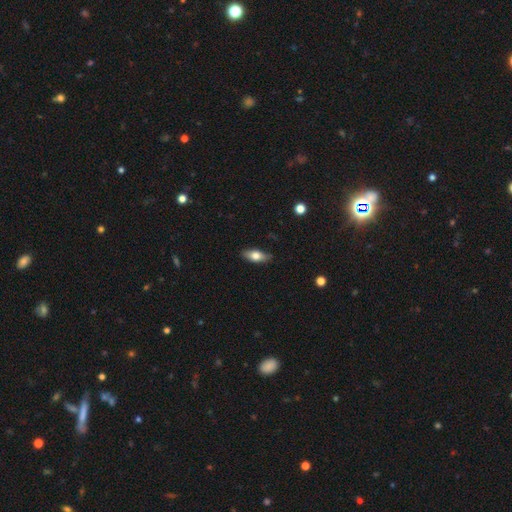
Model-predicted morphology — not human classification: This appears to be a smooth galaxy with no disk features (69%) that is in between round and cigar-shaped (79%). Merging: none (85%).